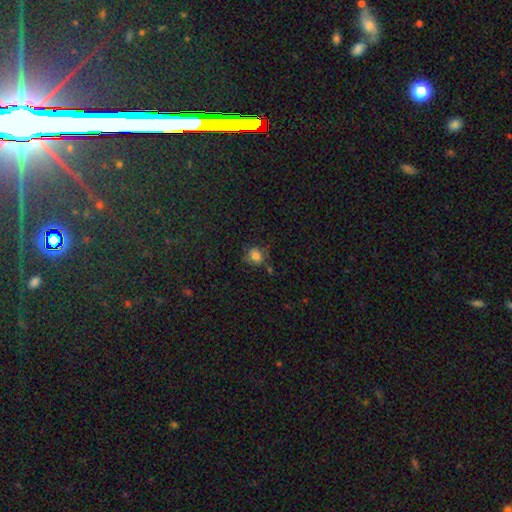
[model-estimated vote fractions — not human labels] This appears to be a smooth galaxy with no disk features (75%) that is round (59%). Merging: none (59%).